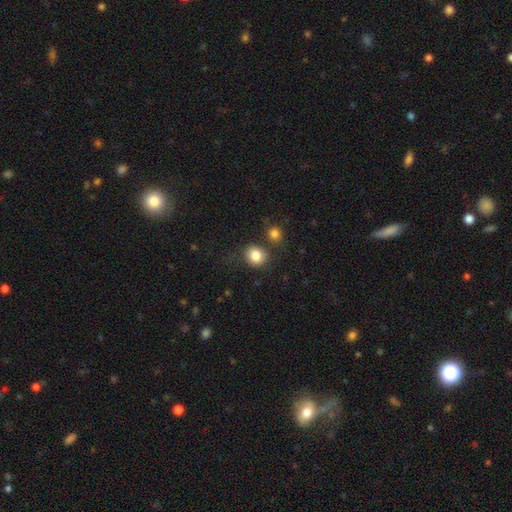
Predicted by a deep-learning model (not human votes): smooth 84%, star or artifact 10%, featured or disk 6%. Down the decision tree: how rounded — round (79%); merging — none (73%).